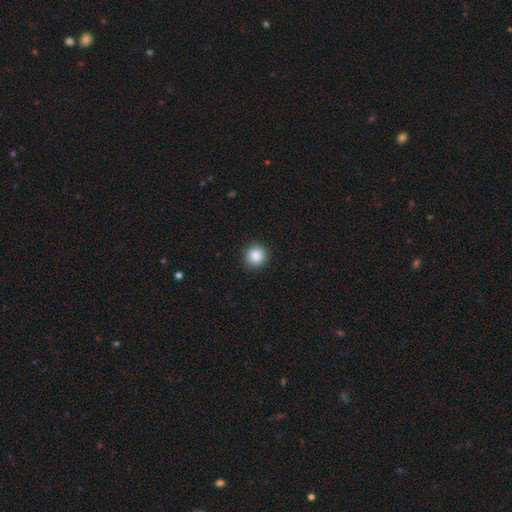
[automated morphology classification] Overall: smooth (87%). How rounded: round (95%). Merging: none (93%).